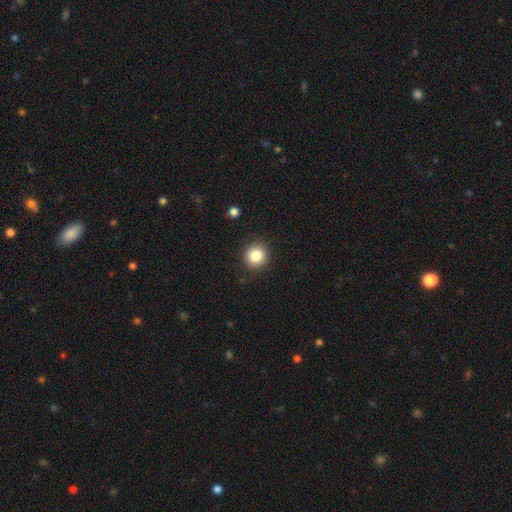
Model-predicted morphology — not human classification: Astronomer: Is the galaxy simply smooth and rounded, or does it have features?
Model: smooth — 84%.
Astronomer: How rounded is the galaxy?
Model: round — 93%.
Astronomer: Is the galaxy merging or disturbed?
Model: none — 90%.